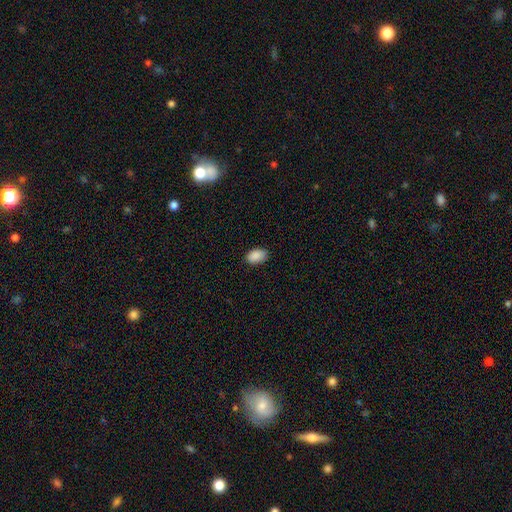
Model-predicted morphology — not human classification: Smooth or featured? Predicted: smooth (p=0.89). How rounded? Predicted: in between (p=0.90). Merging? Predicted: none (p=0.84).